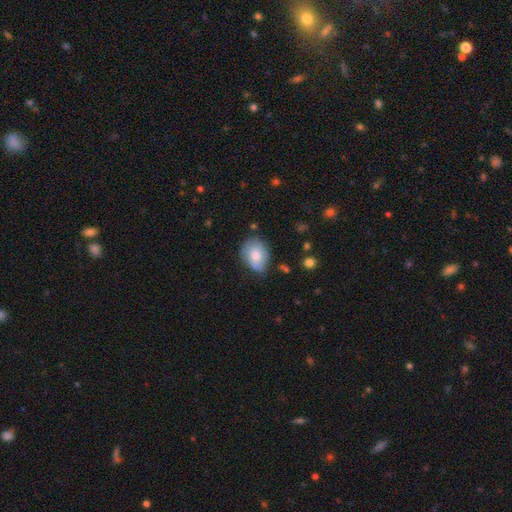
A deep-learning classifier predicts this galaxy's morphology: A smooth galaxy with no disk features (70%) that is in between round and cigar-shaped (70%).

Vote fractions:
- Smooth or featured? smooth: 70% / featured or disk: 23% / star or artifact: 7%
- How rounded? in between: 70% / round: 29% / cigar-shaped: 1%
- Merging? none: 61% / minor disturbance: 30% / major disturbance: 7% / merger: 2%